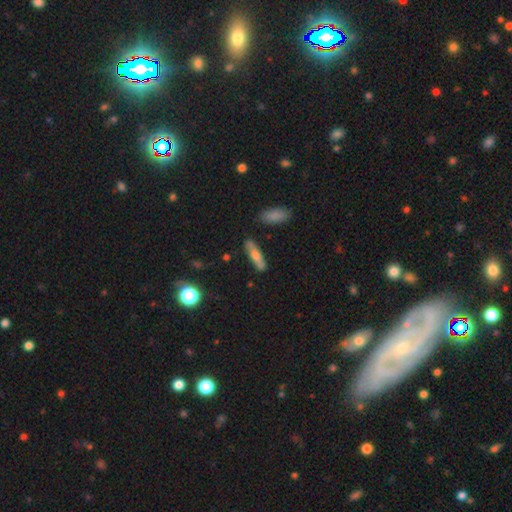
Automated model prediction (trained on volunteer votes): smooth-or-featured: smooth: 68% | featured or disk: 25% | star or artifact: 7%
  how-rounded: cigar-shaped: 71% | in between: 27% | round: 2%
  merging: none: 82% | minor disturbance: 12% | merger: 3% | major disturbance: 3%